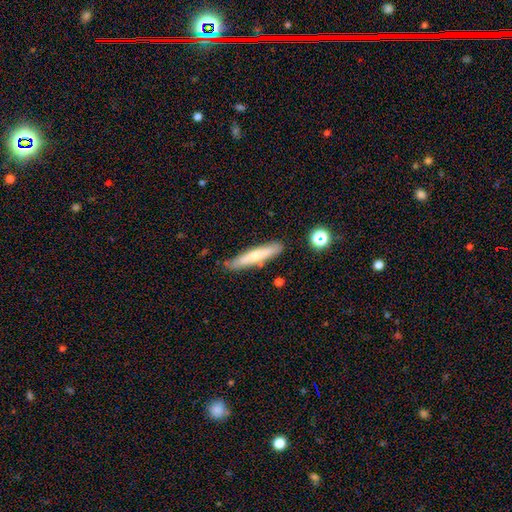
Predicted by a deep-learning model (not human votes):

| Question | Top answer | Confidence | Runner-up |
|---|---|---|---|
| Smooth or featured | smooth | 57% | featured or disk (36%) |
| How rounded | cigar-shaped | 87% | in between (11%) |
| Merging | none | 81% | minor disturbance (13%) |